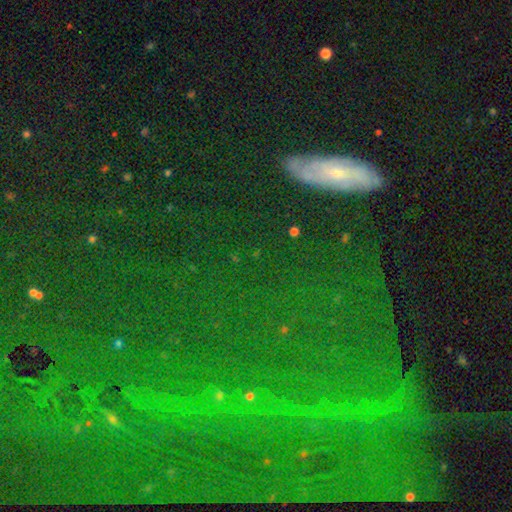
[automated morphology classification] Overall: star or artifact (45%; smooth 31%).